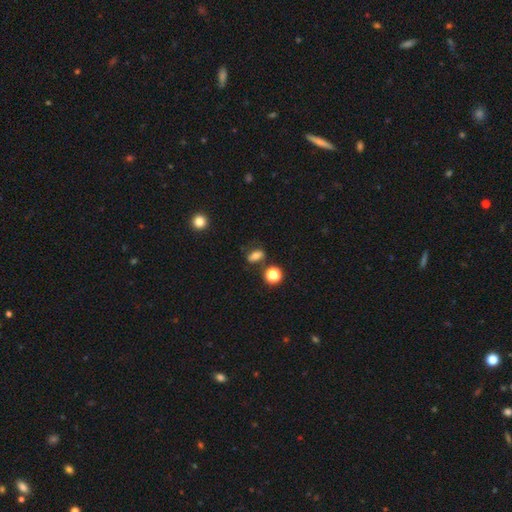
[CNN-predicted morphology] Smooth or featured? smooth (72%)
How rounded? in between (71%)
Merging? none (71%)